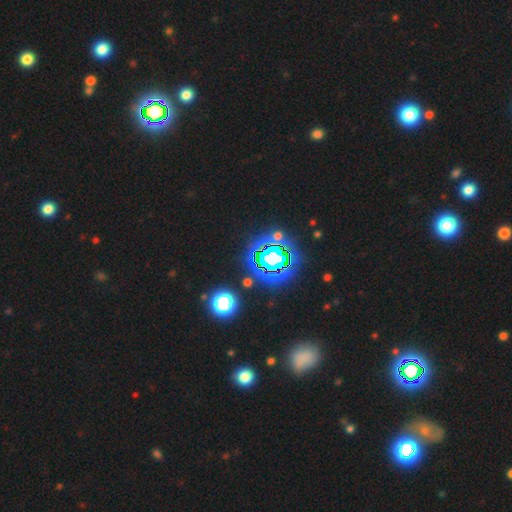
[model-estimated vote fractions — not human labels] Smooth or featured? star or artifact (81%)